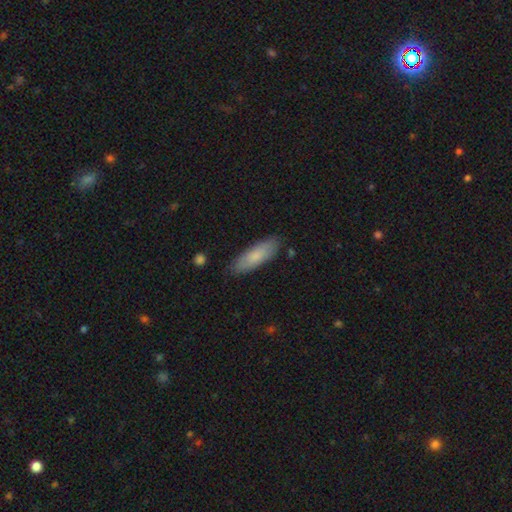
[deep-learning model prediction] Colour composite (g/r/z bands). It shows a smooth galaxy with no disk features (81%) that is in between round and cigar-shaped (51%). Merging: none (84%).